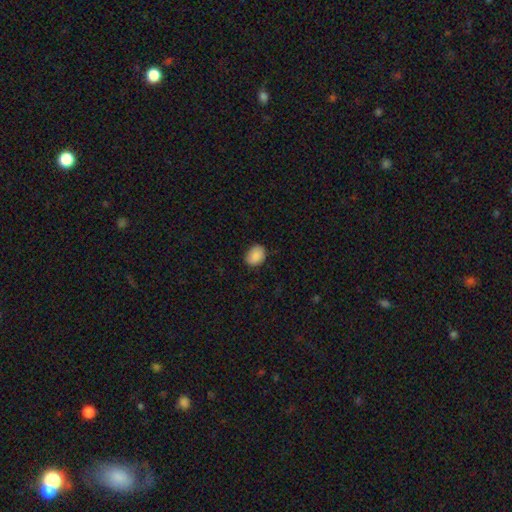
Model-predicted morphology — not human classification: A smooth galaxy with no disk features (89%) that is in between round and cigar-shaped (67%). Merging: none (80%).